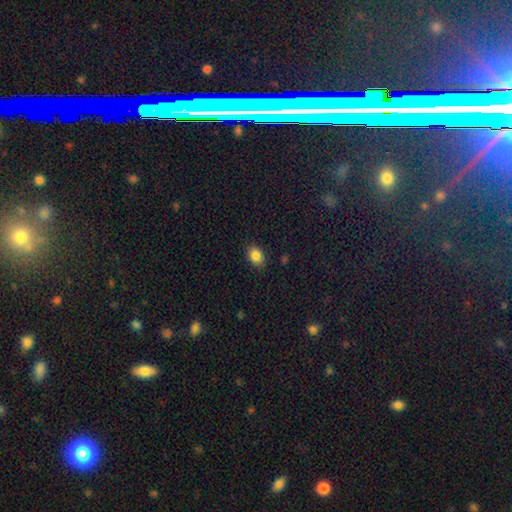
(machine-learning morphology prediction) This appears to be a smooth galaxy with no disk features (86%) that is in between round and cigar-shaped (72%). Merging: none (87%).